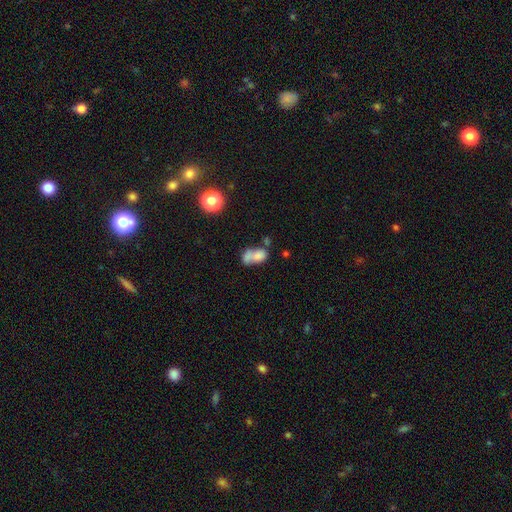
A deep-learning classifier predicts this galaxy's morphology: A smooth galaxy with no disk features (69%) that is in between round and cigar-shaped (77%).

Vote fractions:
- Smooth or featured? smooth: 69% / featured or disk: 20% / star or artifact: 12%
- How rounded? in between: 77% / round: 20% / cigar-shaped: 3%
- Merging? merger: 58% / none: 20% / major disturbance: 11% / minor disturbance: 11%